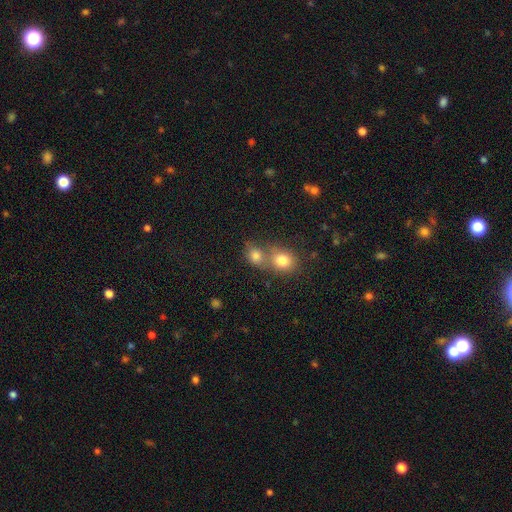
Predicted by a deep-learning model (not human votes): Morphology: type=smooth (79%); roundness=round (63%); merging=merger (56%).